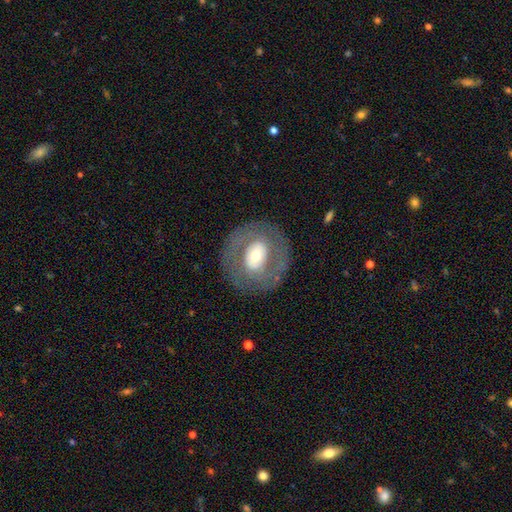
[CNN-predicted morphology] featured or disk 57%, smooth 36%, star or artifact 7%. Down the decision tree: edge-on disk — no (95%); bar — no (60%); spiral arms — no (72%); bulge size — moderate (53%); merging — none (81%).